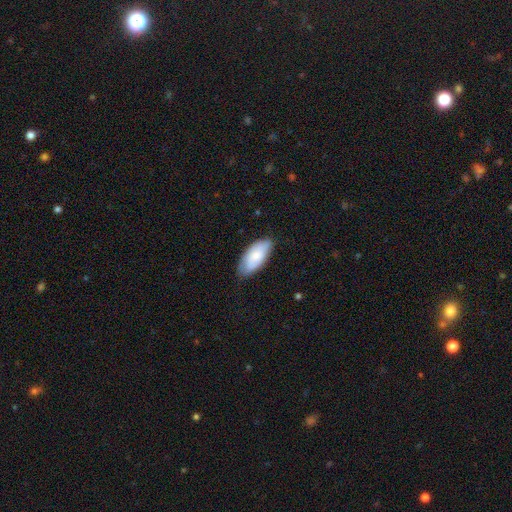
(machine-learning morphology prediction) smooth 72%, featured or disk 22%, star or artifact 6%. Down the decision tree: how rounded — in between (92%); merging — none (73%).